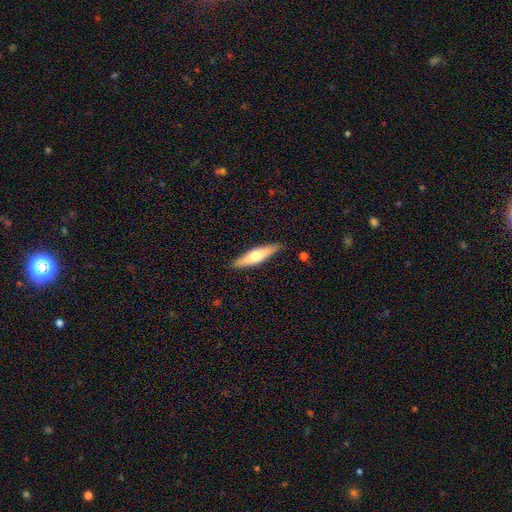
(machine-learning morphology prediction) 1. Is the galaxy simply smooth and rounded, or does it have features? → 54% smooth, 41% featured or disk, 5% star or artifact.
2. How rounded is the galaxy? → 68% cigar-shaped, 30% in between, 2% round.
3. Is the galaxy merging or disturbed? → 85% none, 12% minor disturbance, 2% major disturbance, 2% merger.